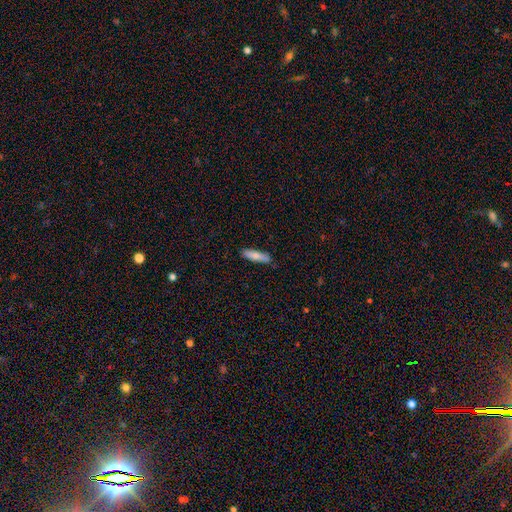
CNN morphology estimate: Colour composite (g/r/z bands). It shows a smooth galaxy with no disk features (79%) that is cigar-shaped (74%). Merging: none (87%).